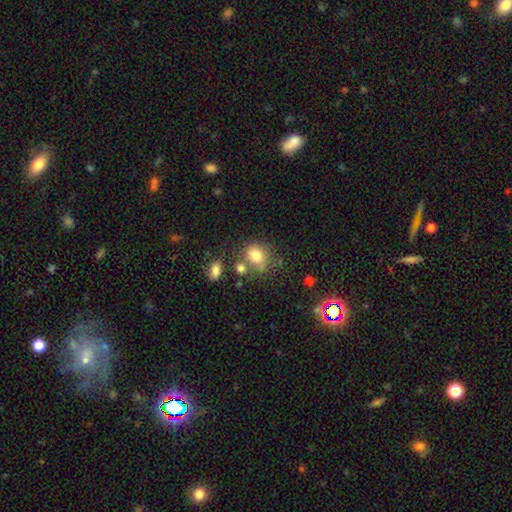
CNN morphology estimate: Smooth or featured? smooth (77%)
How rounded? round (56%)
Merging? none (54%)